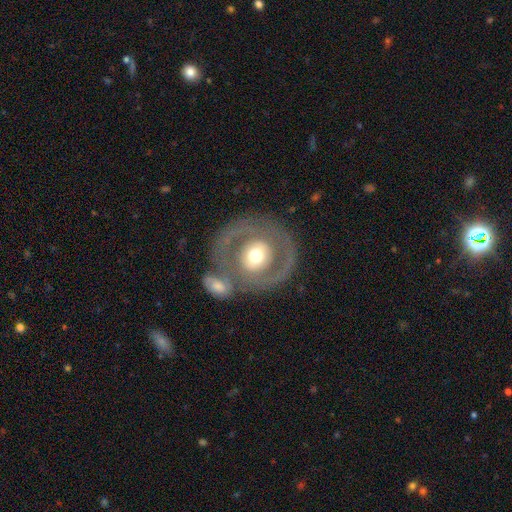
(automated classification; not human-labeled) This appears to be a featured or disk galaxy (63%) with no bar (67%), no spiral arms (58%) and a moderate central bulge (67%). Merging: none (62%).